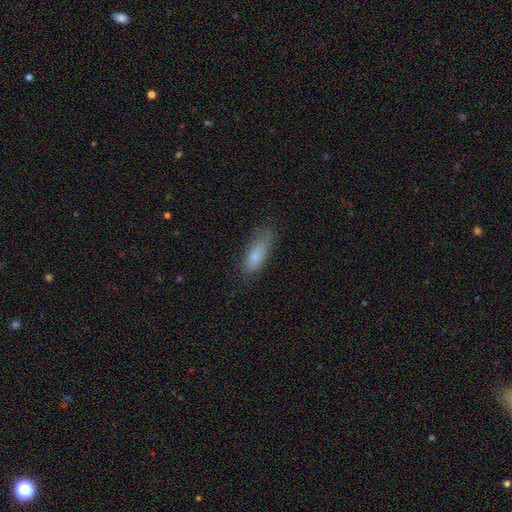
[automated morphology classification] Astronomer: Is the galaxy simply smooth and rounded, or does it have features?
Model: smooth — 78%.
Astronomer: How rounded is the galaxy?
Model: in between — 65%.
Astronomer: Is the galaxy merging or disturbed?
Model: none — 67%.